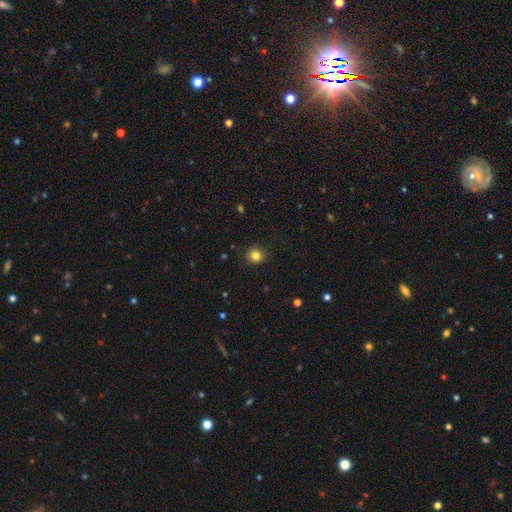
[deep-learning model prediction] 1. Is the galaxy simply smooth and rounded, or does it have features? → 83% smooth, 12% star or artifact, 5% featured or disk.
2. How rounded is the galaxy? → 91% round, 8% in between, 1% cigar-shaped.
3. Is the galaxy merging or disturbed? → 91% none, 6% minor disturbance, 2% major disturbance, 1% merger.